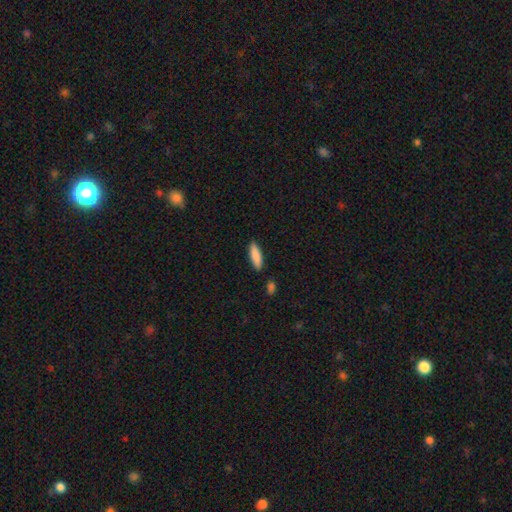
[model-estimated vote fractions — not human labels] Overall: smooth (86%). How rounded: cigar-shaped (52%; in between 46%). Merging: none (86%).